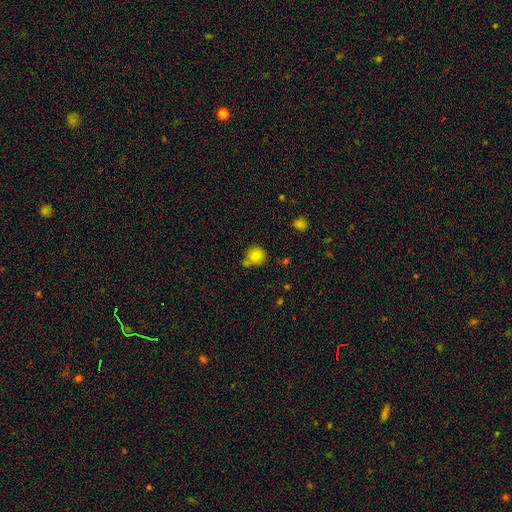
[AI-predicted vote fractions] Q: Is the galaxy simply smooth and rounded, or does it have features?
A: smooth — 81%.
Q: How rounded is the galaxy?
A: round — 85%.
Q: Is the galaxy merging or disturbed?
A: none — 65%.